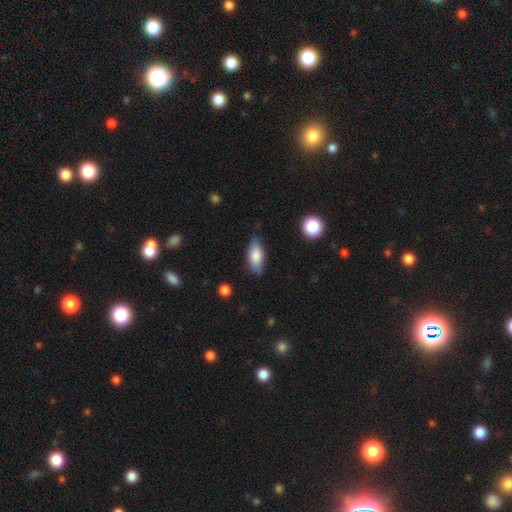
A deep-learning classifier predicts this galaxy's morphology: Smooth or featured?
  - smooth: 79% *
  - featured or disk: 14%
  - star or artifact: 7%
How rounded?
  - in between: 86% *
  - cigar-shaped: 11%
  - round: 3%
Merging?
  - none: 75% *
  - minor disturbance: 20%
  - major disturbance: 4%
  - merger: 2%